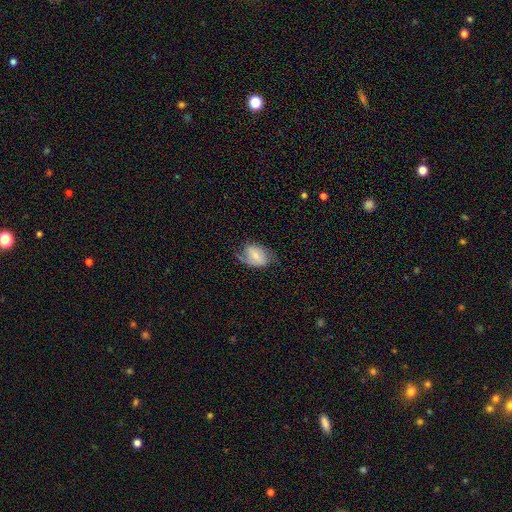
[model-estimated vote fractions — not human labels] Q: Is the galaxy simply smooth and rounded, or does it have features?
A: featured or disk — 60%.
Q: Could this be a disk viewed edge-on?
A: no — 95%.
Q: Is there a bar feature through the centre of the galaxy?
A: weak — 43%.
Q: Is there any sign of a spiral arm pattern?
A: yes — 84%.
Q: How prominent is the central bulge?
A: small — 55%.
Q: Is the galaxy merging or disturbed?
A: none — 57%.